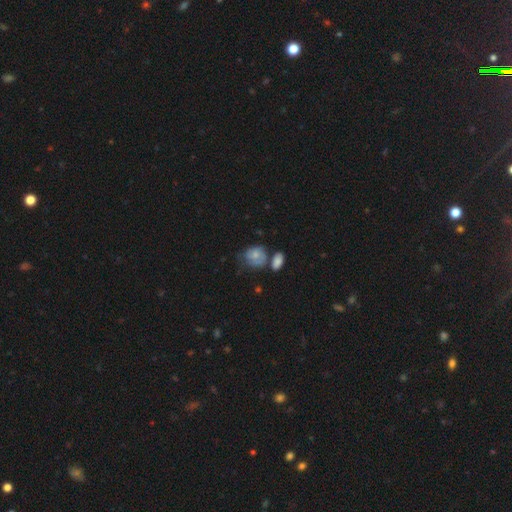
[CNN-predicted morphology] type=smooth (64%); roundness=round (54%); merging=none (39%).